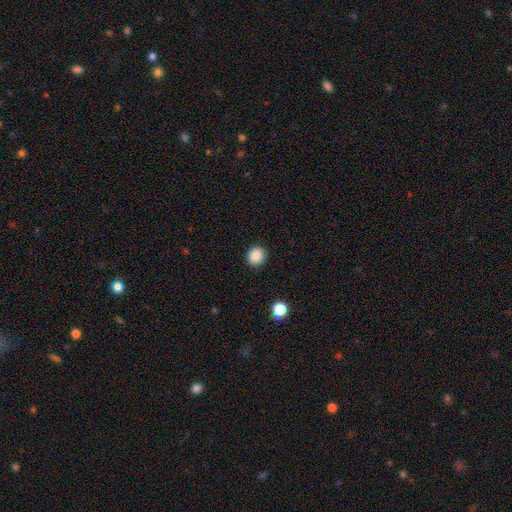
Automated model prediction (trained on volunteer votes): The model was most divided on "how rounded": round: 87%, in between: 12%, cigar-shaped: 1%. More confident: merging — none (91%); smooth or featured — smooth (87%).